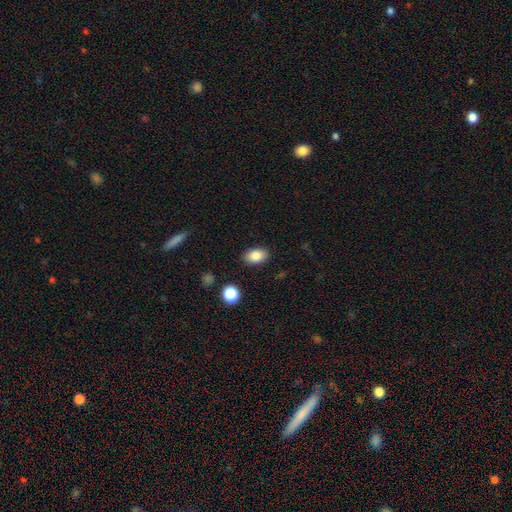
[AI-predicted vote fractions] Overall: smooth (85%). How rounded: in between (88%). Merging: none (87%).